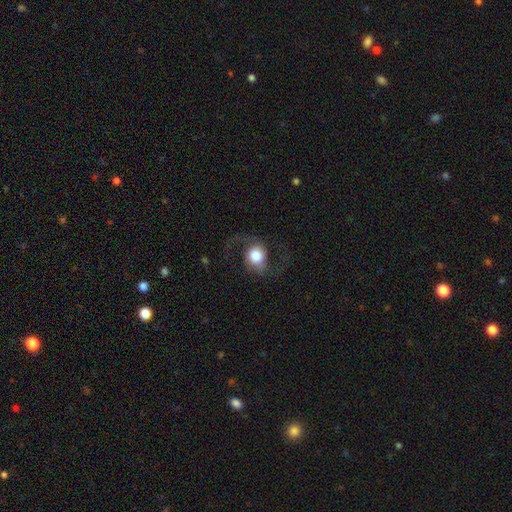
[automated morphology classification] This is possibly a featured or disk galaxy (53%). It is clearly not viewed edge-on (95%). Bar: likely no (72%). Spiral arm pattern: clearly yes (86%). Central bulge: marginally large (44%). Merging: likely none (62%).